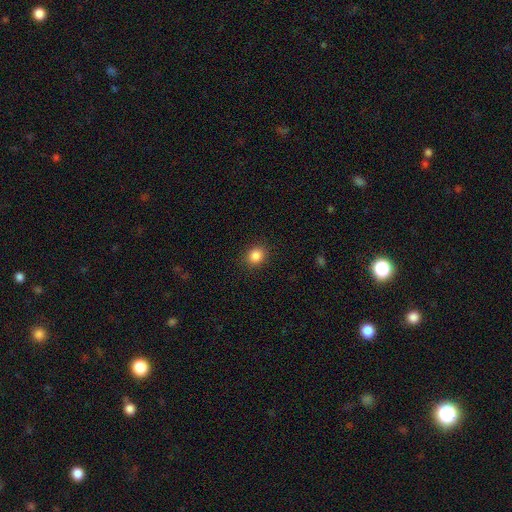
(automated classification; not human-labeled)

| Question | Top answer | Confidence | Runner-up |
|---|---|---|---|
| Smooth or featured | smooth | 86% | star or artifact (10%) |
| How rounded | round | 73% | in between (26%) |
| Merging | none | 90% | minor disturbance (7%) |